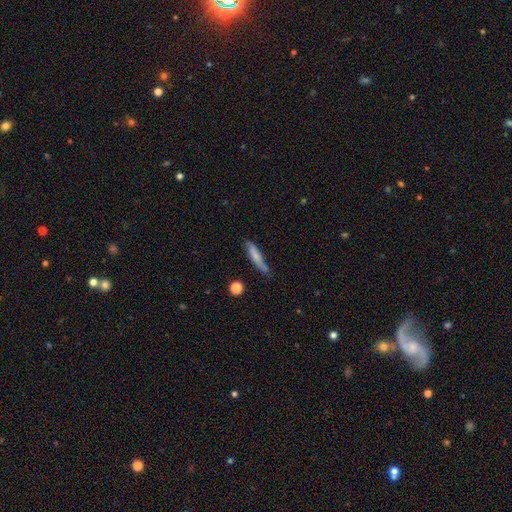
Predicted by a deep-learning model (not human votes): Morphology: type=smooth (65%); roundness=cigar-shaped (86%); merging=none (64%).